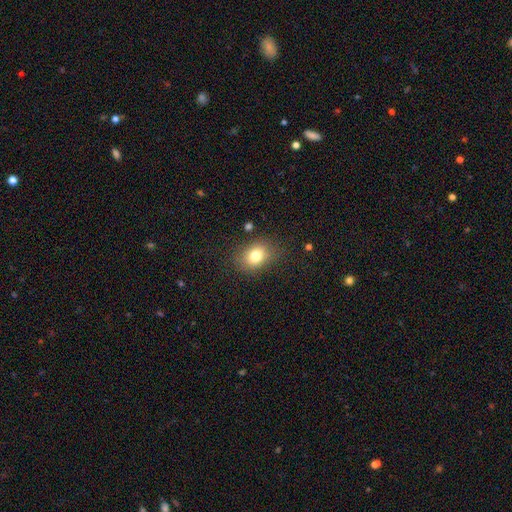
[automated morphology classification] The model was most divided on "how rounded": in between: 61%, round: 38%, cigar-shaped: 1%. More confident: smooth or featured — smooth (79%); merging — none (76%).